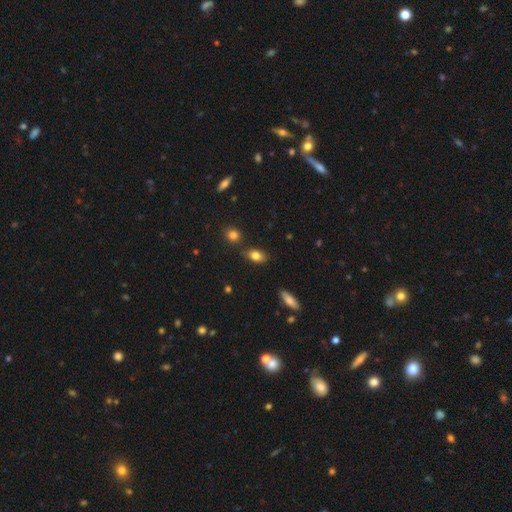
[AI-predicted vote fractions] This appears to be a smooth galaxy with no disk features (81%) that is in between round and cigar-shaped (83%). Merging: none (73%).